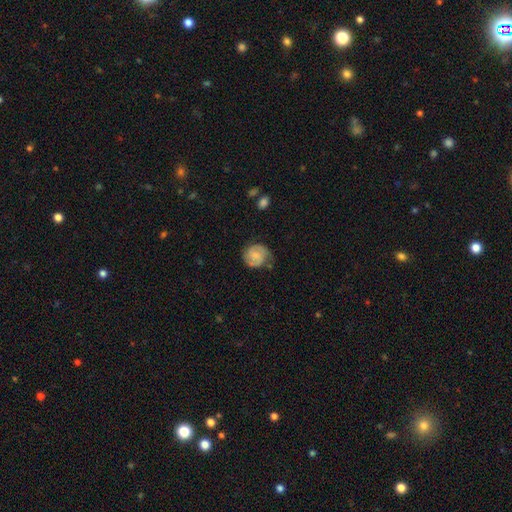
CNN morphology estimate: Smooth or featured? Predicted: featured or disk (p=0.59). Edge-on disk? Predicted: no (p=0.98). Bar? Predicted: no (p=0.48). Spiral arms? Predicted: yes (p=0.91). Spiral winding? Predicted: tight (p=0.44). Spiral arm count? Predicted: 2 (p=0.77). Bulge size? Predicted: small (p=0.46). Merging? Predicted: none (p=0.67).